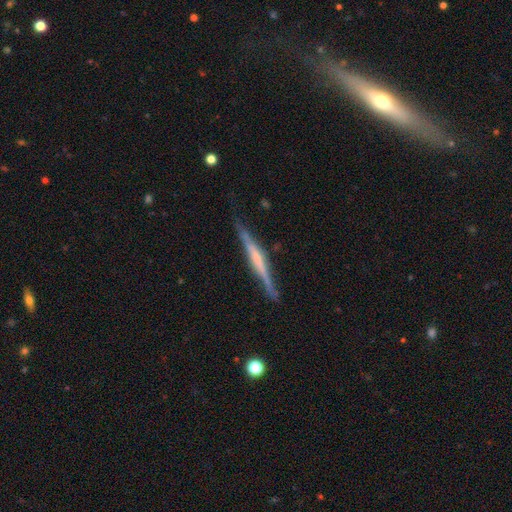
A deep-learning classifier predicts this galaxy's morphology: This is likely a featured or disk galaxy (69%). It is clearly viewed edge-on (97%). Edge-on bulge: marginally none (44%). Merging: clearly none (83%).